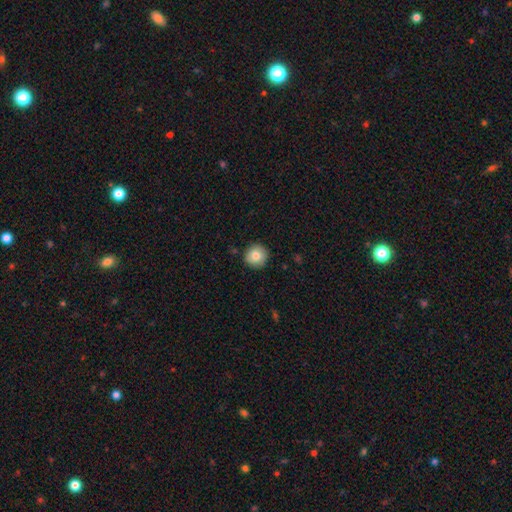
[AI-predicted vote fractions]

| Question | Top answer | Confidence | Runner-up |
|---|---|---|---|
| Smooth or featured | smooth | 82% | featured or disk (10%) |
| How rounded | round | 94% | in between (5%) |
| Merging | none | 90% | minor disturbance (7%) |